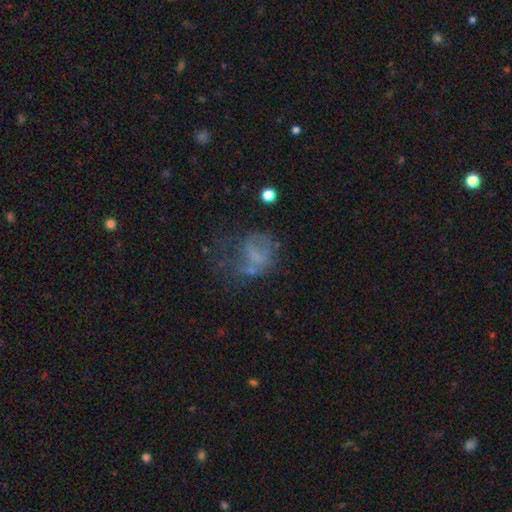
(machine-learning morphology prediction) smooth-or-featured: smooth: 42% | featured or disk: 38% | star or artifact: 19%
  merging: major disturbance: 41% | none: 31% | minor disturbance: 20% | merger: 7%